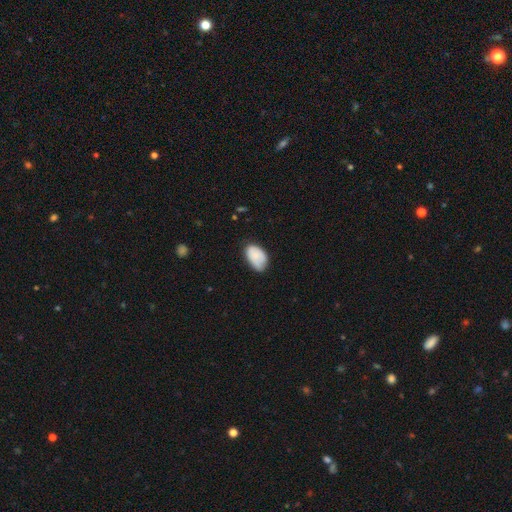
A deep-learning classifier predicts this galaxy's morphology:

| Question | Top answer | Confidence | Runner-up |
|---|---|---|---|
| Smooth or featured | smooth | 82% | featured or disk (11%) |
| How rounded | in between | 92% | round (7%) |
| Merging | none | 59% | minor disturbance (33%) |